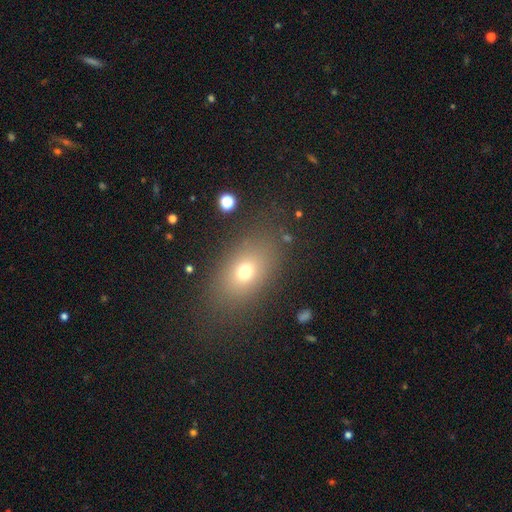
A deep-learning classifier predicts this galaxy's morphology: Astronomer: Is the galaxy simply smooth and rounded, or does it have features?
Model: smooth — 64%.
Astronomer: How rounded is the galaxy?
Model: in between — 75%.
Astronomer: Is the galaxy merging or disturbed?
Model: none — 86%.